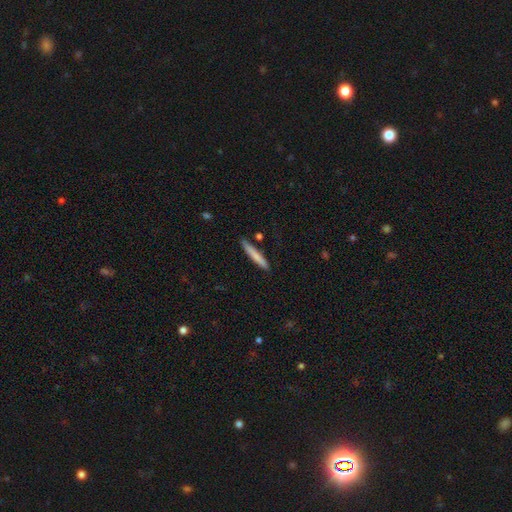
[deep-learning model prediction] smooth_or_featured: smooth (p=0.75) [alt: featured or disk p=0.20]
how_rounded: cigar-shaped (p=0.95) [alt: in between p=0.04]
merging: none (p=0.86) [alt: minor disturbance p=0.09]